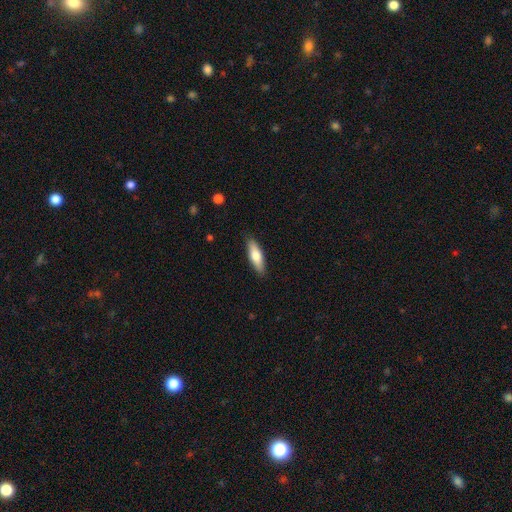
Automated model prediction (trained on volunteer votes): Smooth or featured?
  - smooth: 70% *
  - featured or disk: 24%
  - star or artifact: 6%
How rounded?
  - cigar-shaped: 49% * (tied)
  - in between: 49% * (tied)
  - round: 2%
Merging?
  - none: 88% *
  - minor disturbance: 9%
  - major disturbance: 2%
  - merger: 1%